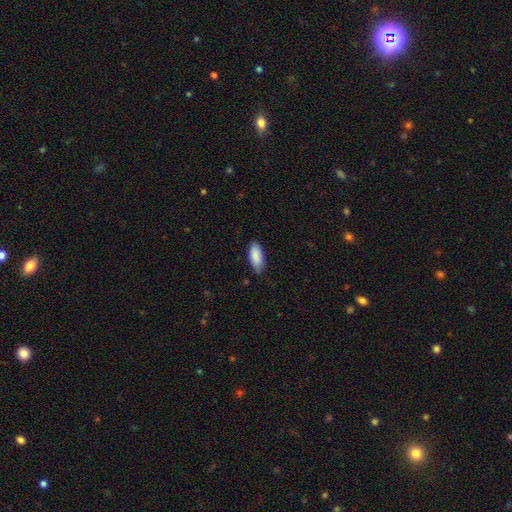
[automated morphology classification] This appears to be a smooth galaxy with no disk features (89%) that is in between round and cigar-shaped (83%). Merging: none (78%).